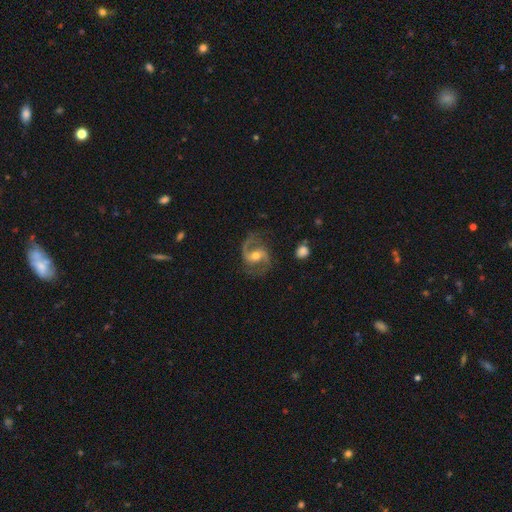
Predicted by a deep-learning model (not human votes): Overall: featured or disk (90%). Edge-on disk: no (98%). Bar: weak (42%; no 32%). Spiral arms: yes (97%). Spiral arm count: 2 (93%). Spiral winding: medium (51%; loose 39%). Bulge size: moderate (69%). Merging: none (76%).